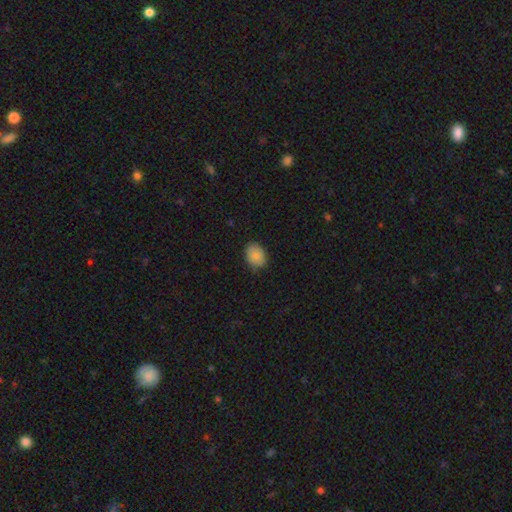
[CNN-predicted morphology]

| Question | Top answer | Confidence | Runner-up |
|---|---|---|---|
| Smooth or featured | smooth | 86% | star or artifact (8%) |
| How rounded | in between | 70% | round (29%) |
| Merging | none | 81% | minor disturbance (15%) |